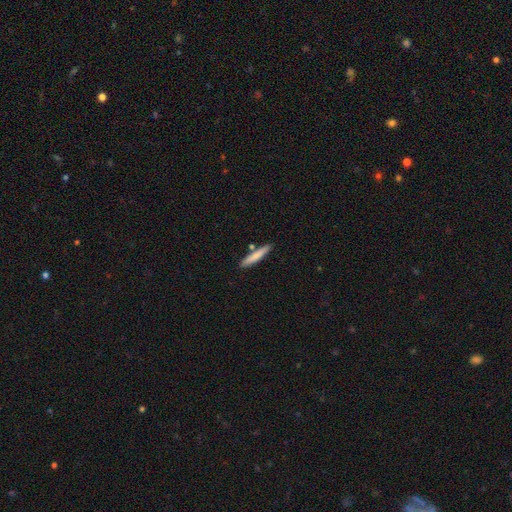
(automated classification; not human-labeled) Smooth or featured? Predicted: smooth (p=0.78). How rounded? Predicted: cigar-shaped (p=0.92). Merging? Predicted: none (p=0.84).